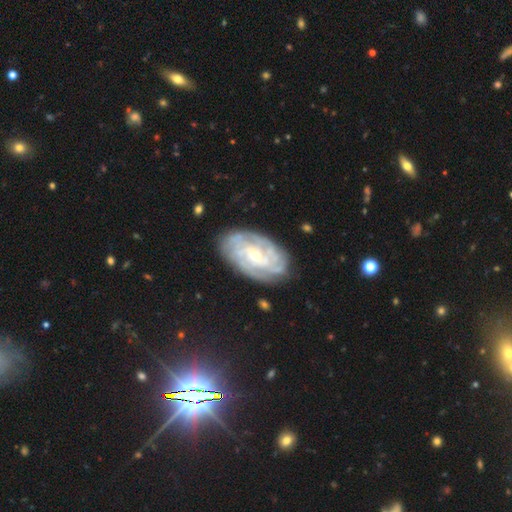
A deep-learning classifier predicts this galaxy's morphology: A featured or disk galaxy (84%) with no bar (65%), tight (73%) spiral arms (92%) and a small central bulge (58%). Merging: none (79%).